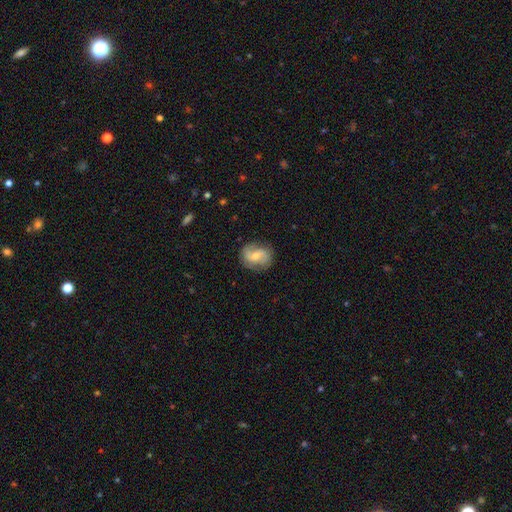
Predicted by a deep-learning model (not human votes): smooth_or_featured: featured or disk (p=0.67) [alt: smooth p=0.25]
disk_edge_on: no (p=0.97) [alt: yes p=0.03]
bar: weak (p=0.46) [alt: no p=0.39]
has_spiral_arms: yes (p=0.89) [alt: no p=0.11]
spiral_winding: medium (p=0.43) [alt: tight p=0.29]
spiral_arm_count: 2 (p=0.79) [alt: can't tell p=0.12]
bulge_size: moderate (p=0.53) [alt: small p=0.42]
merging: none (p=0.78) [alt: minor disturbance p=0.16]